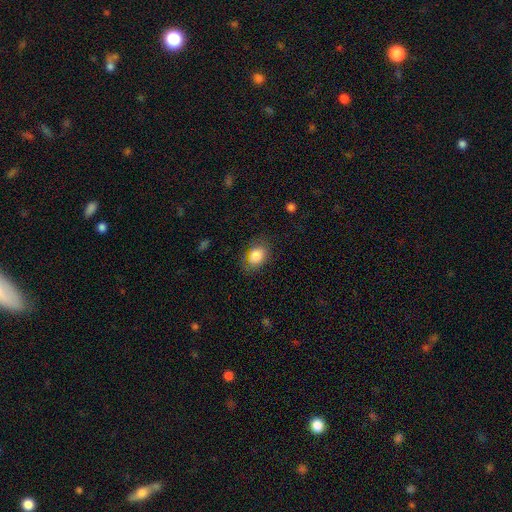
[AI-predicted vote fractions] Smooth or featured? smooth (82%)
How rounded? in between (79%)
Merging? none (71%)